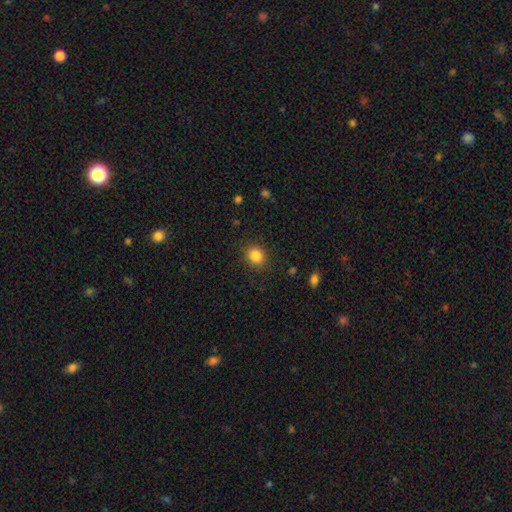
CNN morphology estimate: This is clearly a smooth galaxy (85%). How rounded: likely round (70%). Merging: clearly none (87%).